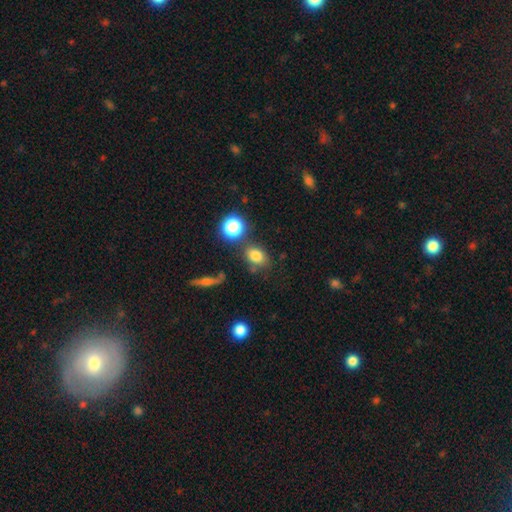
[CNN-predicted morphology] The model was most divided on "how rounded": in between: 69%, round: 29%, cigar-shaped: 2%. More confident: smooth or featured — smooth (77%); merging — none (68%).